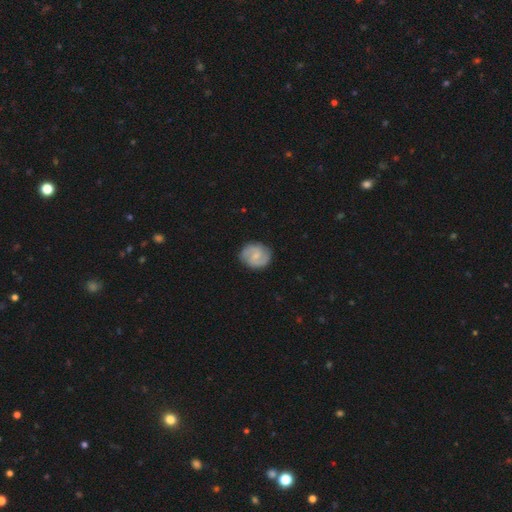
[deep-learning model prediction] Smooth or featured? Predicted: featured or disk (p=0.72). Edge-on disk? Predicted: no (p=0.98). Bar? Predicted: weak (p=0.52). Spiral arms? Predicted: yes (p=0.94). Spiral winding? Predicted: medium (p=0.50). Spiral arm count? Predicted: 2 (p=0.89). Bulge size? Predicted: small (p=0.57). Merging? Predicted: none (p=0.85).